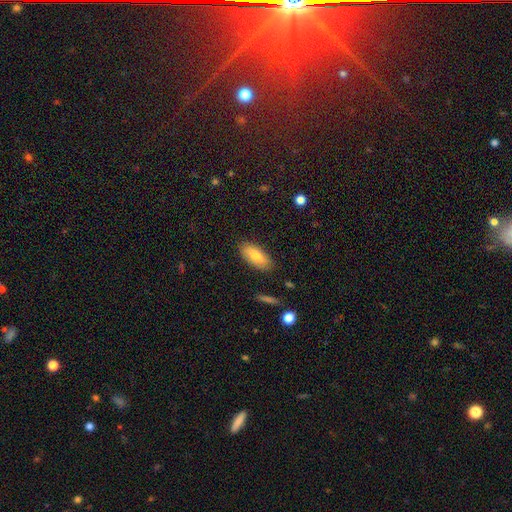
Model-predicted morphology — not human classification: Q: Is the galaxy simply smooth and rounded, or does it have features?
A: smooth — 74%.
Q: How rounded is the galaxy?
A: in between — 84%.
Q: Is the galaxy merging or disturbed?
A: none — 86%.